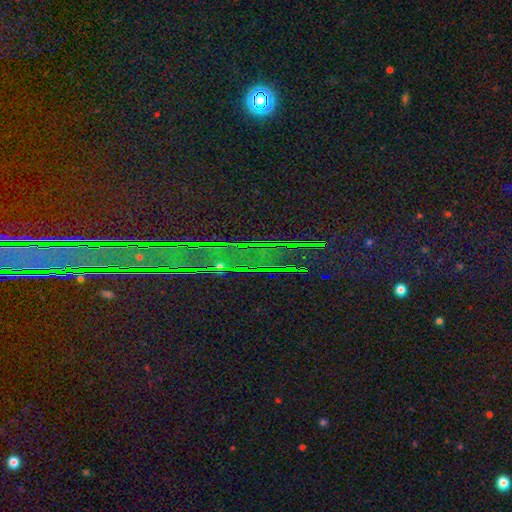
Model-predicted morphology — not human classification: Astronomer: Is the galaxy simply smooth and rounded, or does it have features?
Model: star or artifact — 86%.